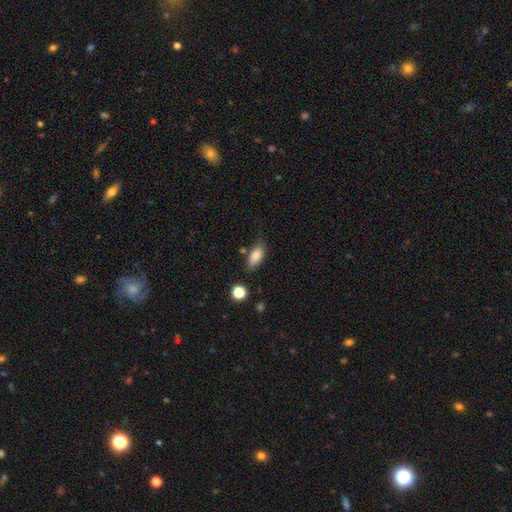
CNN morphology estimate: This appears to be a smooth galaxy with no disk features (83%) that is in between round and cigar-shaped (86%). Merging: none (72%).